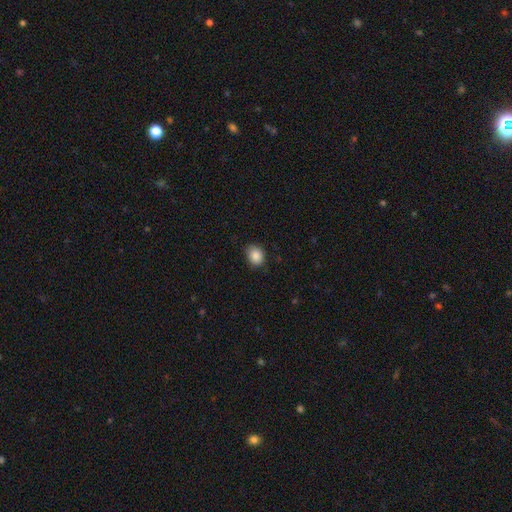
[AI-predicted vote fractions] smooth_or_featured: smooth (p=0.88) [alt: star or artifact p=0.09]
how_rounded: round (p=0.54) [alt: in between p=0.45]
merging: none (p=0.80) [alt: minor disturbance p=0.16]